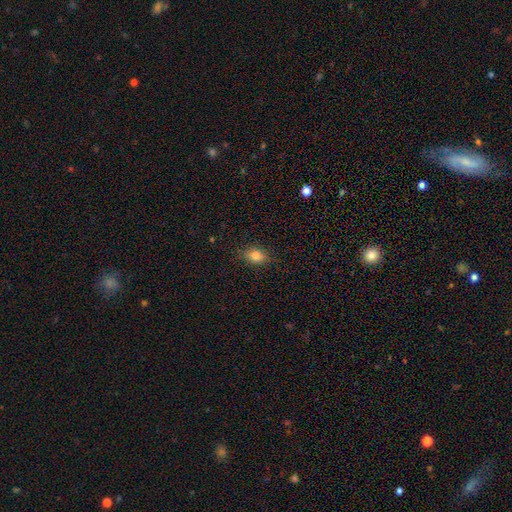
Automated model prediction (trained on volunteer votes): Smooth or featured: smooth — 78% (star or artifact — 11%)
How rounded: in between — 68% (round — 28%)
Merging: none — 84% (minor disturbance — 12%)